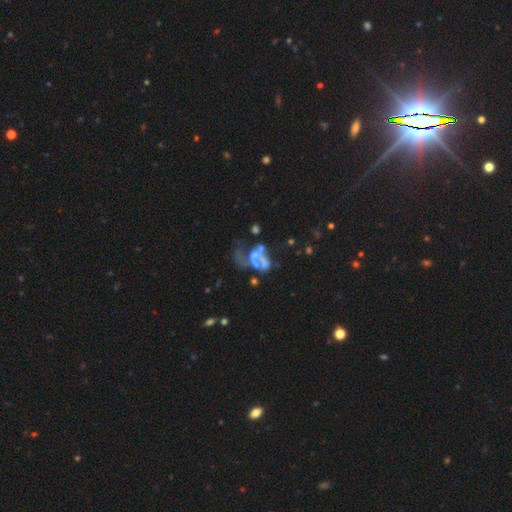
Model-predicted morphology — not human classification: The model was most divided on "merging": merger: 37%, major disturbance: 34%, none: 18%, minor disturbance: 10%. More confident: edge-on disk — no (97%); bar — no (86%); spiral arms — no (80%); smooth or featured — featured or disk (60%); bulge size — none (51%).